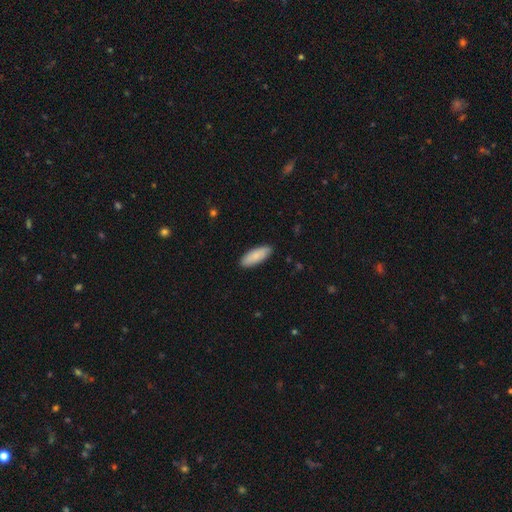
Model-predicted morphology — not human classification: smooth 86%, featured or disk 9%, star or artifact 5%. Down the decision tree: how rounded — in between (70%); merging — none (89%).